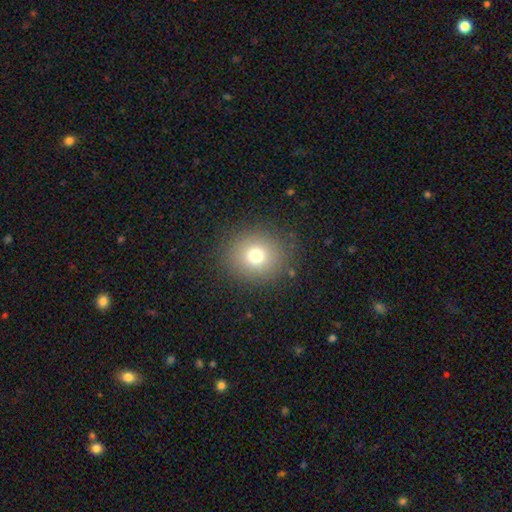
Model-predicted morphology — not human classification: The model was most divided on "smooth or featured": smooth: 74%, star or artifact: 15%, featured or disk: 11%. More confident: merging — none (86%); how rounded — round (84%).